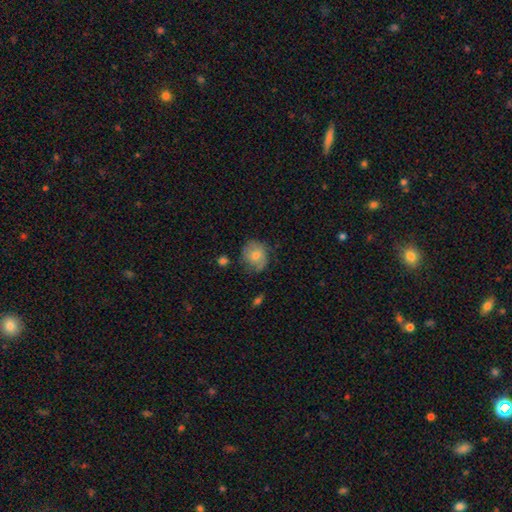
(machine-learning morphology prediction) Smooth or featured: smooth — 59% (featured or disk — 33%)
How rounded: round — 72% (in between — 27%)
Merging: none — 65% (minor disturbance — 25%)